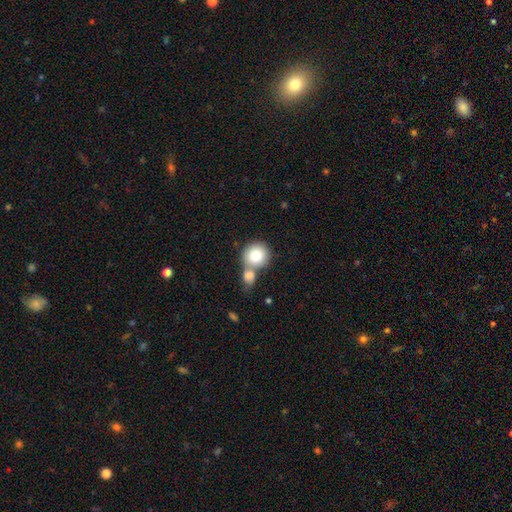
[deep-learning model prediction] Smooth or featured? Predicted: smooth (p=0.82). How rounded? Predicted: round (p=0.86). Merging? Predicted: merger (p=0.49).